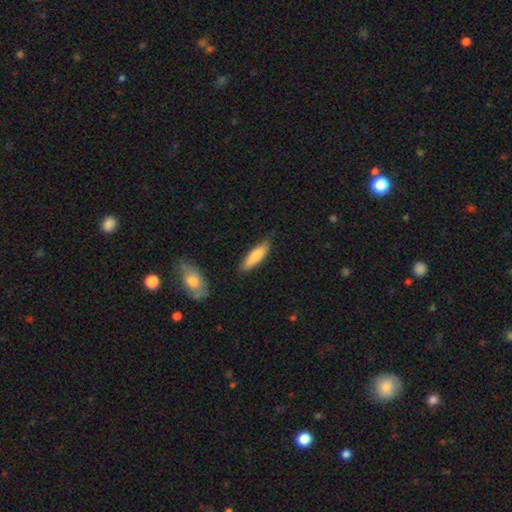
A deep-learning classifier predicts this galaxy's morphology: smooth_or_featured: smooth (p=0.78) [alt: featured or disk p=0.16]
how_rounded: cigar-shaped (p=0.56) [alt: in between p=0.42]
merging: none (p=0.78) [alt: minor disturbance p=0.16]